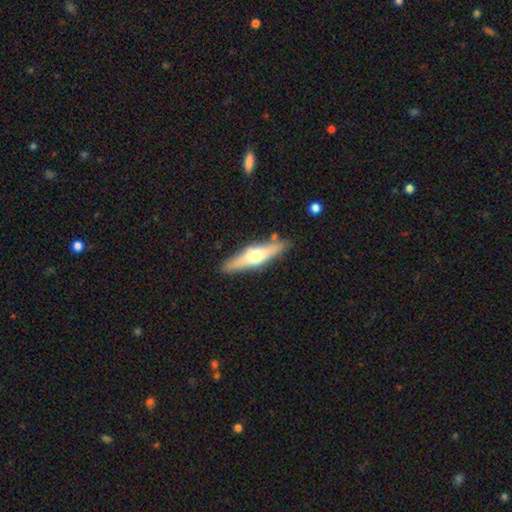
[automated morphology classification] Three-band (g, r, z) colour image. It shows a featured or disk galaxy (53%) viewed edge-on (90%). Merging: none (84%).